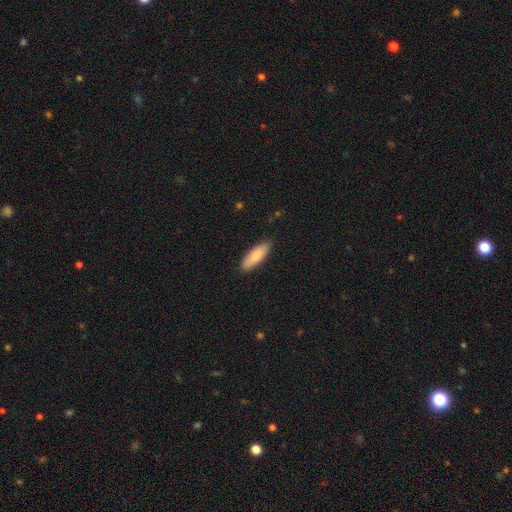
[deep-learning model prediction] Smooth or featured? smooth (85%)
How rounded? in between (56%)
Merging? none (88%)